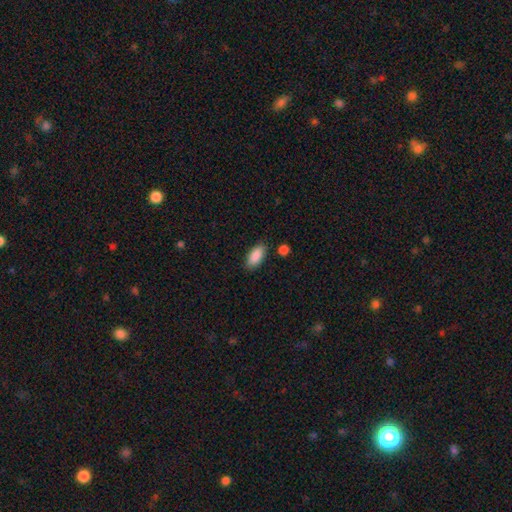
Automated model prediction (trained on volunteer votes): A smooth galaxy with no disk features (89%) that is in between round and cigar-shaped (90%). Merging: none (83%).